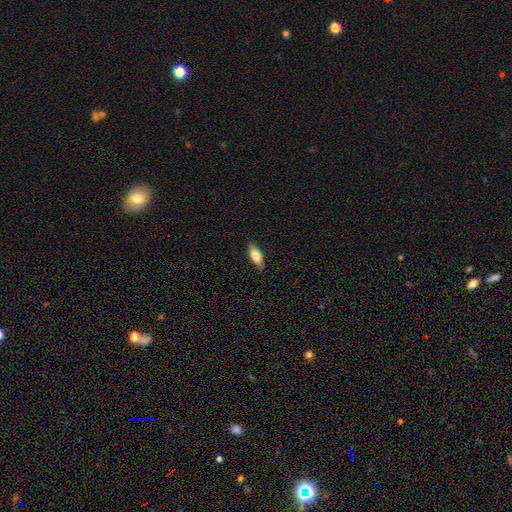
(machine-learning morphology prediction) smooth_or_featured: smooth (p=0.76) [alt: featured or disk p=0.18]
how_rounded: in between (p=0.74) [alt: cigar-shaped p=0.23]
merging: none (p=0.86) [alt: minor disturbance p=0.11]